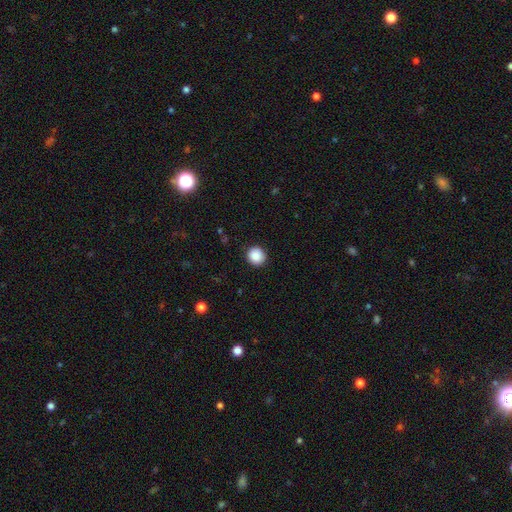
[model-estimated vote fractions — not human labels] A smooth galaxy with no disk features (89%) that is round (90%). Merging: none (90%).